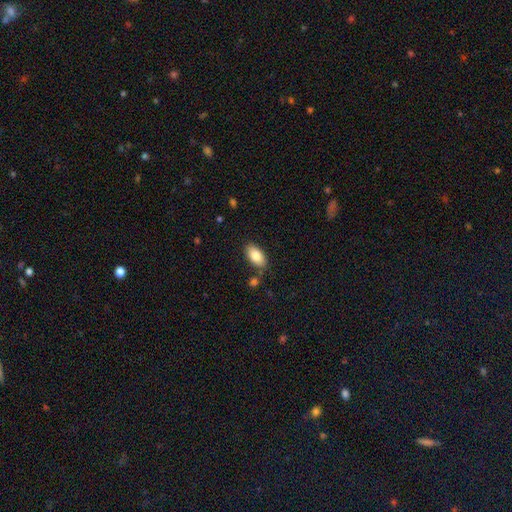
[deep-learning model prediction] A smooth galaxy with no disk features (82%) that is in between round and cigar-shaped (94%).

Vote fractions:
- Smooth or featured? smooth: 82% / featured or disk: 11% / star or artifact: 7%
- How rounded? in between: 94% / cigar-shaped: 3% / round: 3%
- Merging? none: 81% / minor disturbance: 12% / merger: 5% / major disturbance: 3%